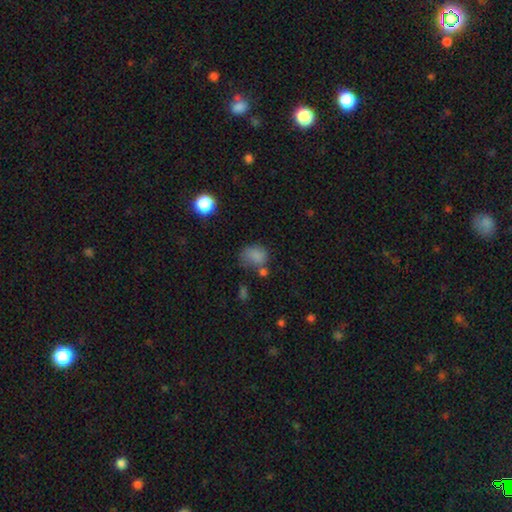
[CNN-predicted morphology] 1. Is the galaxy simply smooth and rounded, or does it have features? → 79% smooth, 14% star or artifact, 8% featured or disk.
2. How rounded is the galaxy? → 51% round, 48% in between, 1% cigar-shaped.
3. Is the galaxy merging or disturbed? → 47% none, 26% minor disturbance, 14% major disturbance, 13% merger.